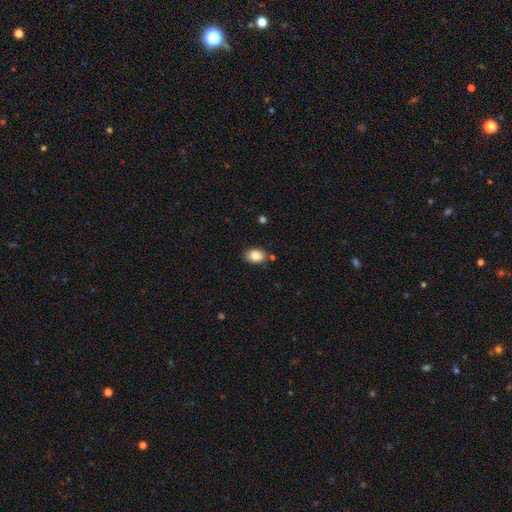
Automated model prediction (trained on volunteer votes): This appears to be a smooth galaxy with no disk features (86%) that is in between round and cigar-shaped (79%). Merging: none (79%).